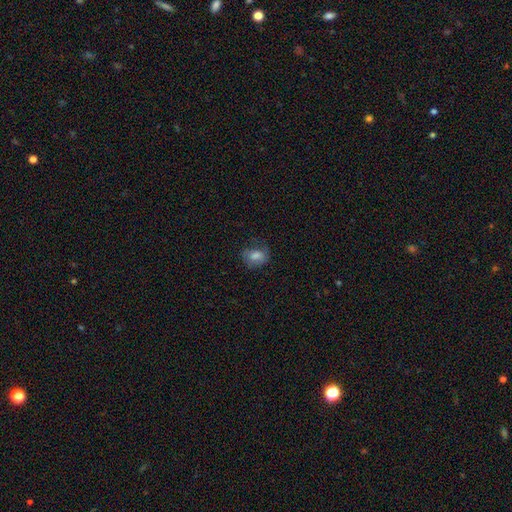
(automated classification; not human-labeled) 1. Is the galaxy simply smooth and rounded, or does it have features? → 72% smooth, 15% featured or disk, 13% star or artifact.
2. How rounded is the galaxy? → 51% in between, 48% round, 1% cigar-shaped.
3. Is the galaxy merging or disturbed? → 65% none, 22% minor disturbance, 11% major disturbance, 1% merger.